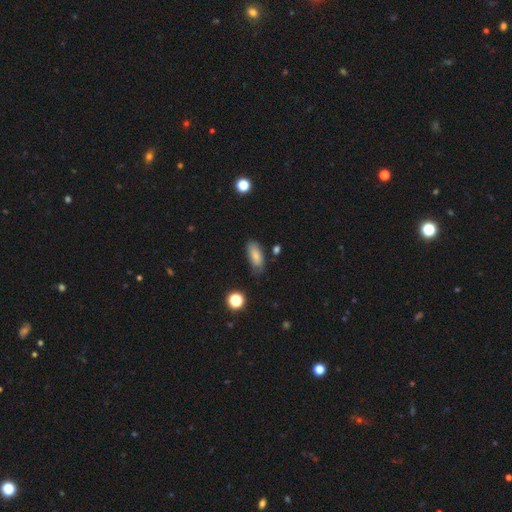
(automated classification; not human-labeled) This is clearly a smooth galaxy (81%). How rounded: clearly in between (83%). Merging: likely none (69%).